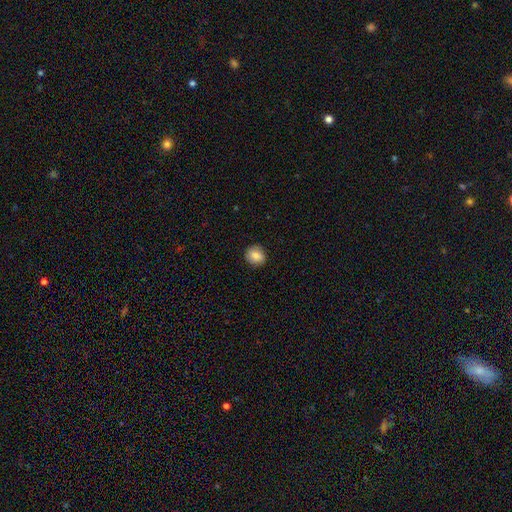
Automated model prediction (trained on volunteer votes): A smooth galaxy with no disk features (83%) that is round (78%).

Vote fractions:
- Smooth or featured? smooth: 83% / featured or disk: 9% / star or artifact: 8%
- How rounded? round: 78% / in between: 21% / cigar-shaped: 1%
- Merging? none: 88% / minor disturbance: 9% / major disturbance: 2% / merger: 1%